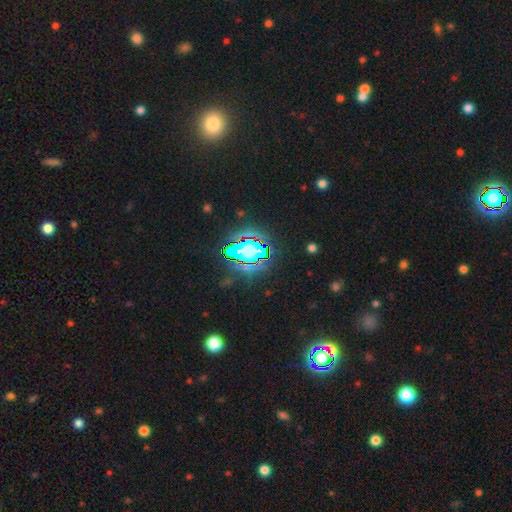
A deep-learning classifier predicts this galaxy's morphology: Smooth or featured: star or artifact — 80% (smooth — 11%)